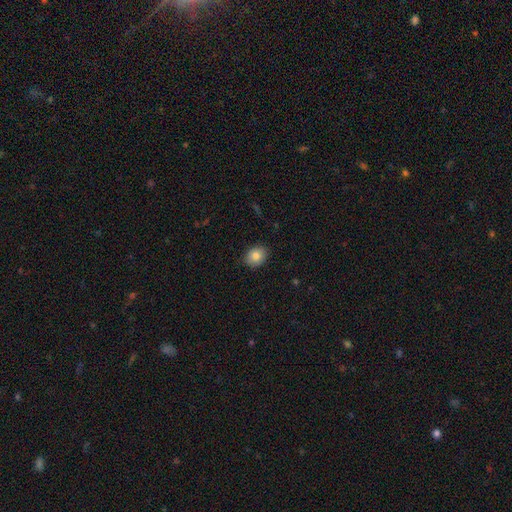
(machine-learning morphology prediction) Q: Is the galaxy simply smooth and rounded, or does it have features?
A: smooth — 83%.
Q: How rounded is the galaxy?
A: in between — 57%.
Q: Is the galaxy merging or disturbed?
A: none — 87%.